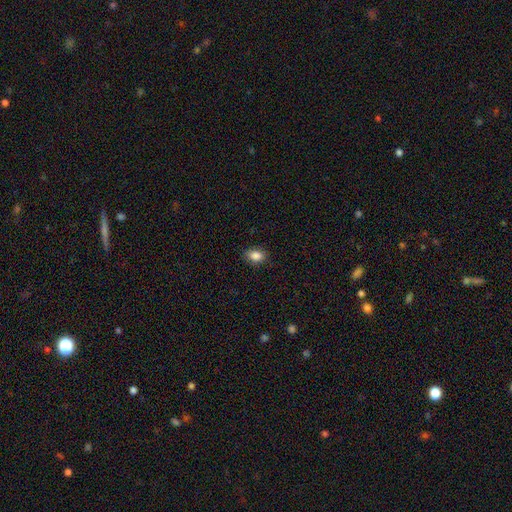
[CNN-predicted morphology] A smooth galaxy with no disk features (86%) that is in between round and cigar-shaped (80%).

Vote fractions:
- Smooth or featured? smooth: 86% / star or artifact: 9% / featured or disk: 4%
- How rounded? in between: 80% / round: 19% / cigar-shaped: 2%
- Merging? none: 85% / minor disturbance: 12% / major disturbance: 3% / merger: 1%